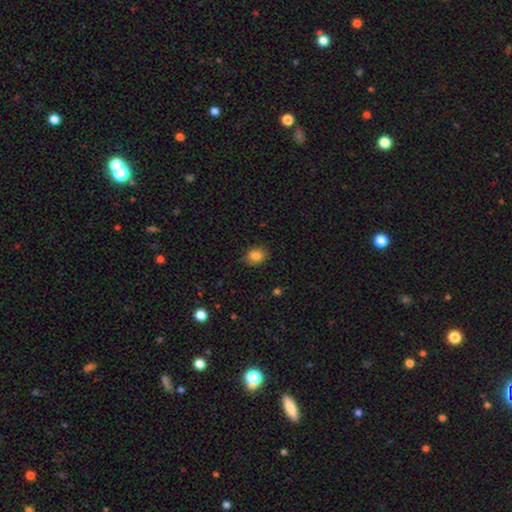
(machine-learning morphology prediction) A smooth galaxy with no disk features (84%) that is in between round and cigar-shaped (54%).

Vote fractions:
- Smooth or featured? smooth: 84% / star or artifact: 10% / featured or disk: 6%
- How rounded? in between: 54% / round: 45% / cigar-shaped: 1%
- Merging? none: 86% / minor disturbance: 11% / major disturbance: 2% / merger: 1%